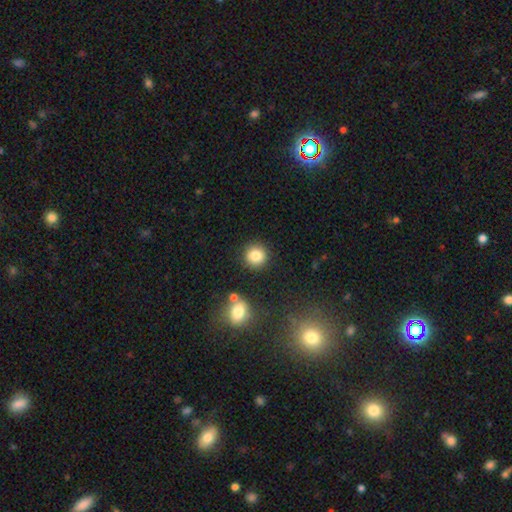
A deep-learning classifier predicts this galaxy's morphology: smooth 83%, star or artifact 10%, featured or disk 6%. Down the decision tree: how rounded — round (92%); merging — none (87%).